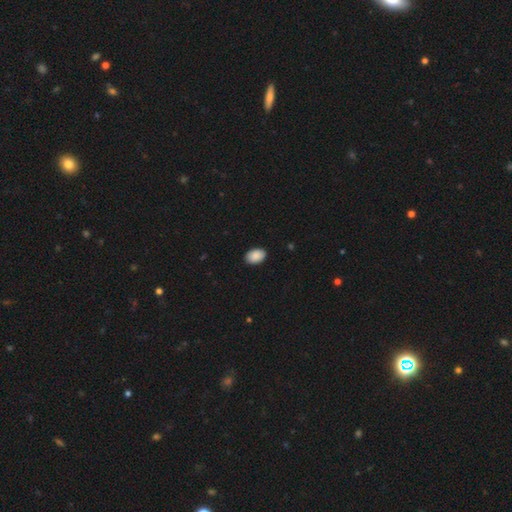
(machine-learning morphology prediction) smooth 90%, star or artifact 7%, featured or disk 3%. Down the decision tree: how rounded — in between (87%); merging — none (90%).